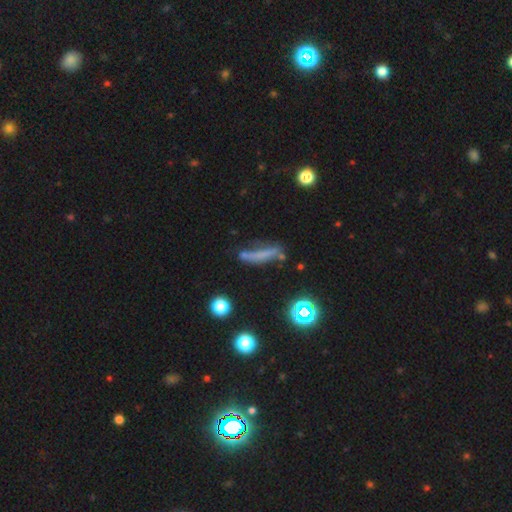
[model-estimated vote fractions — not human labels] smooth_or_featured: smooth (p=0.55) [alt: featured or disk p=0.29]
how_rounded: cigar-shaped (p=0.82) [alt: in between p=0.13]
merging: none (p=0.51) [alt: minor disturbance p=0.24]